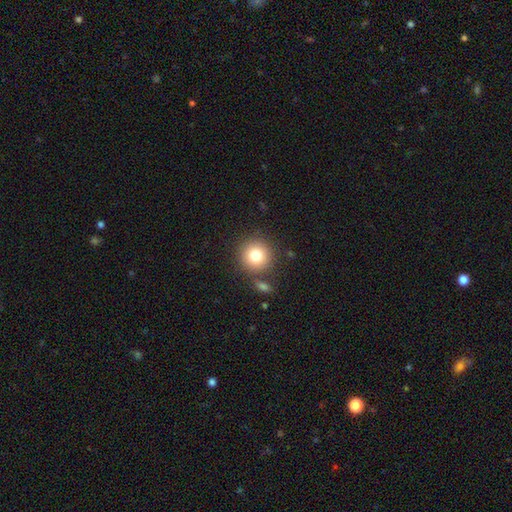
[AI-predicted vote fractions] The model was most divided on "smooth or featured": smooth: 79%, star or artifact: 11%, featured or disk: 10%. More confident: how rounded — round (93%); merging — none (80%).